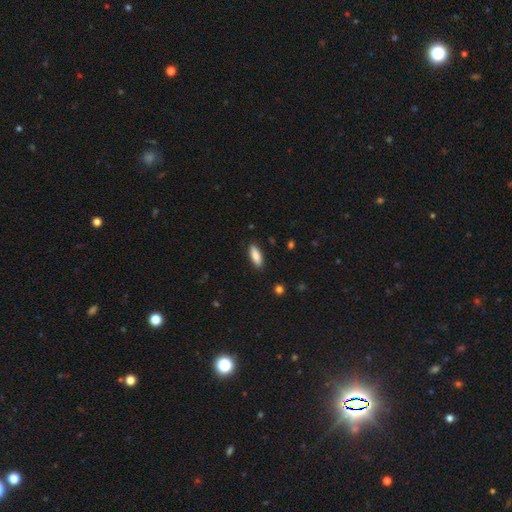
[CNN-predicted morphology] A smooth galaxy with no disk features (84%) that is in between round and cigar-shaped (64%). Merging: none (88%).